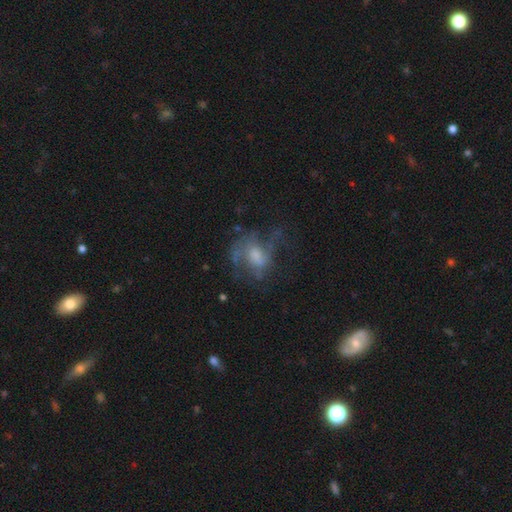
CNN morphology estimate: Overall: featured or disk (58%; smooth 30%). Edge-on disk: no (97%). Bar: no (64%; weak 31%). Spiral arms: yes (60%; no 40%). Bulge size: moderate (44%; small 25%). Merging: none (42%; major disturbance 35%).